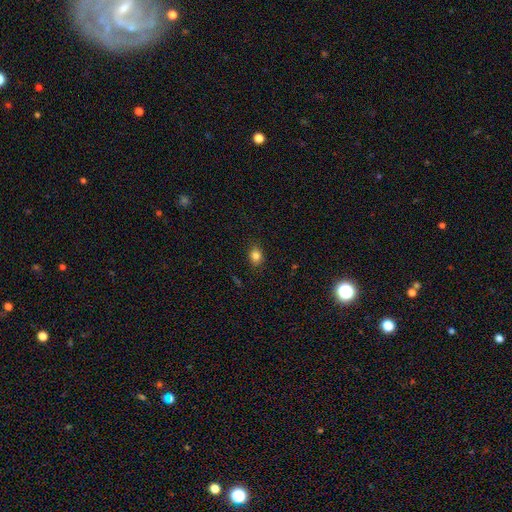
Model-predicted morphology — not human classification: A smooth galaxy with no disk features (83%) that is round (53%).

Vote fractions:
- Smooth or featured? smooth: 83% / star or artifact: 12% / featured or disk: 5%
- How rounded? round: 53% / in between: 46% / cigar-shaped: 1%
- Merging? none: 85% / minor disturbance: 11% / major disturbance: 3% / merger: 1%